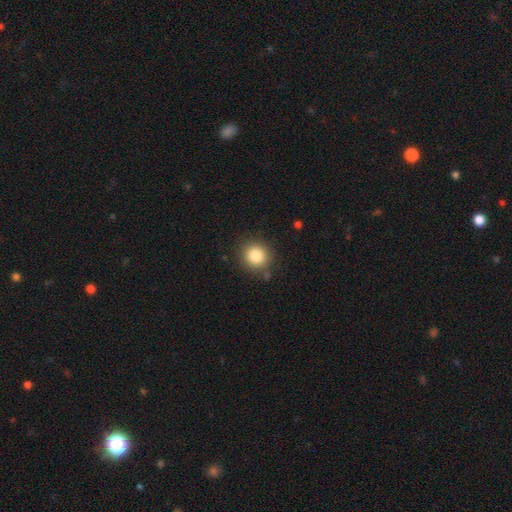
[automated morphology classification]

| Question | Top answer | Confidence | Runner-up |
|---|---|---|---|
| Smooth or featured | smooth | 84% | star or artifact (10%) |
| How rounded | round | 87% | in between (12%) |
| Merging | none | 86% | minor disturbance (9%) |